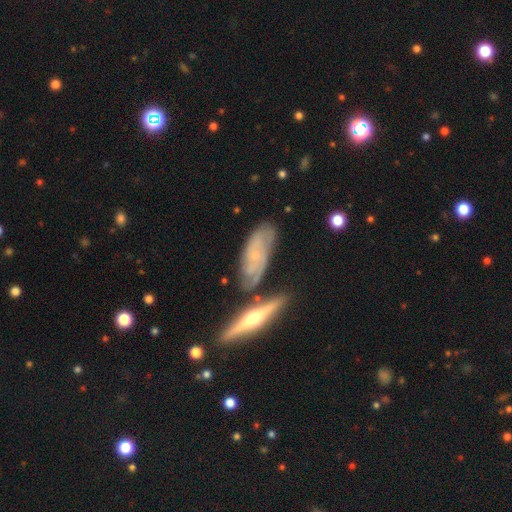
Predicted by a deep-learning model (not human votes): Smooth or featured? Predicted: featured or disk (p=0.67). Edge-on disk? Predicted: no (p=0.71). Merging? Predicted: none (p=0.63).